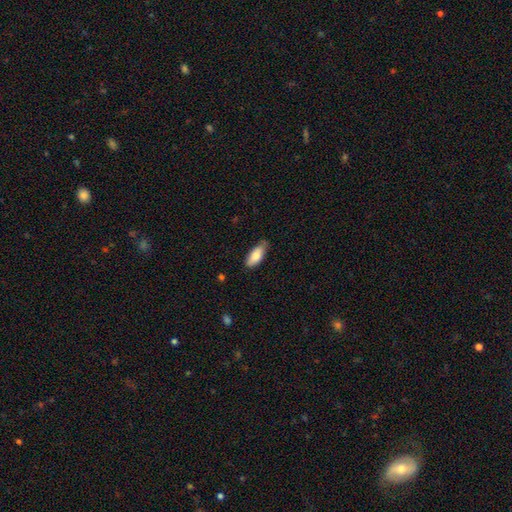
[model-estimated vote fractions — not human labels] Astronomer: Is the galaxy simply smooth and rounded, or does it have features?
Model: smooth — 81%.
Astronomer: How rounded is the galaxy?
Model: in between — 83%.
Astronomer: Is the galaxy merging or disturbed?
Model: none — 72%.